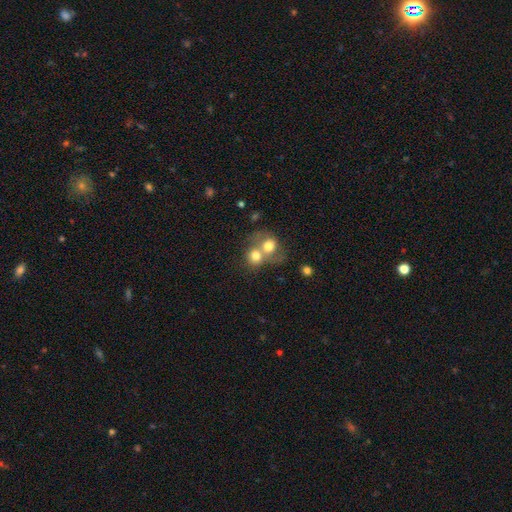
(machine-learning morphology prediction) Smooth or featured?
  - smooth: 72% *
  - featured or disk: 18%
  - star or artifact: 10%
How rounded?
  - round: 73% *
  - in between: 26%
  - cigar-shaped: 1%
Merging?
  - merger: 69% *
  - none: 21%
  - minor disturbance: 6%
  - major disturbance: 4%